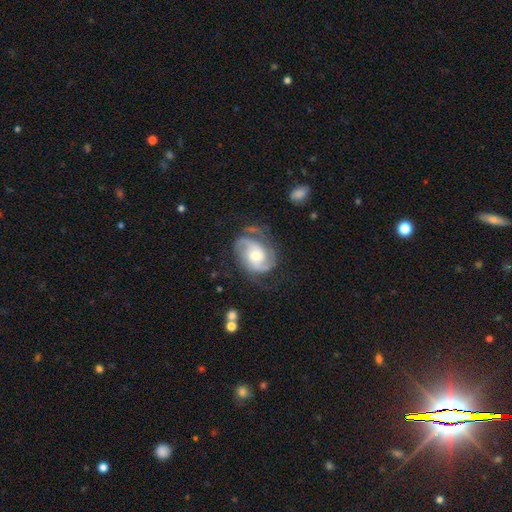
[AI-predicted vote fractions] Smooth or featured? featured or disk (84%)
Edge-on disk? no (97%)
Bar? no (56%)
Spiral arms? yes (96%)
Spiral winding? medium (48%)
Spiral arm count? 2 (69%)
Bulge size? moderate (61%)
Merging? none (59%)